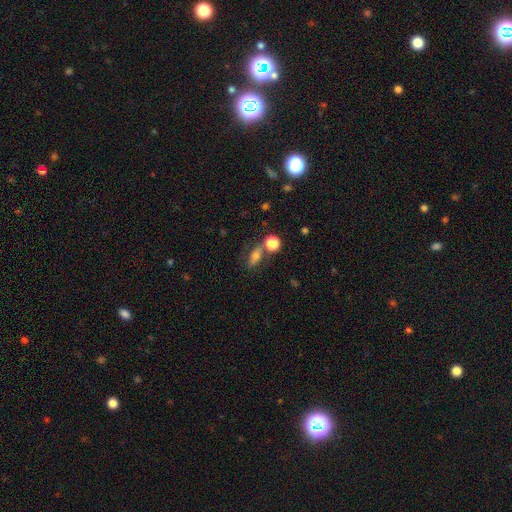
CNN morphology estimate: smooth_or_featured: smooth (p=0.65) [alt: featured or disk p=0.21]
how_rounded: in between (p=0.65) [alt: round p=0.22]
merging: none (p=0.55) [alt: merger p=0.21]